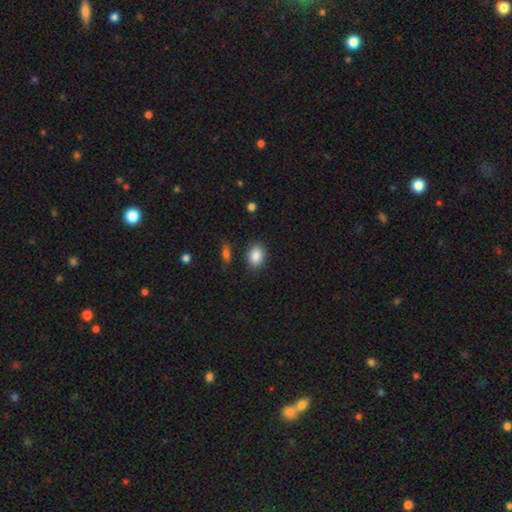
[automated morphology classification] smooth_or_featured: smooth (p=0.87) [alt: star or artifact p=0.08]
how_rounded: in between (p=0.73) [alt: round p=0.26]
merging: none (p=0.84) [alt: minor disturbance p=0.11]